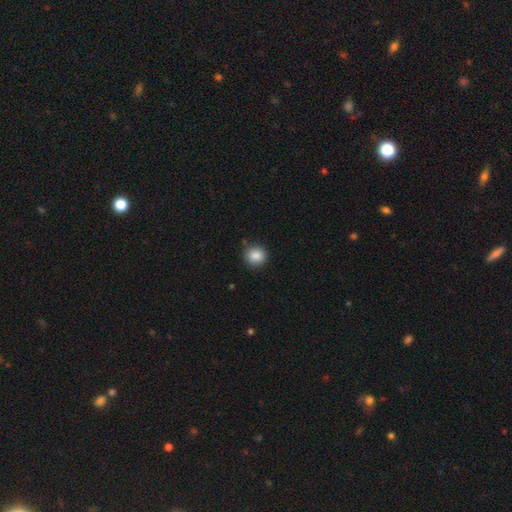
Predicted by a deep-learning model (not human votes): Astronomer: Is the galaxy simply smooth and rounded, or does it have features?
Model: smooth — 87%.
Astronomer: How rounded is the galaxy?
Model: round — 89%.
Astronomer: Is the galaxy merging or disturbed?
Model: none — 87%.